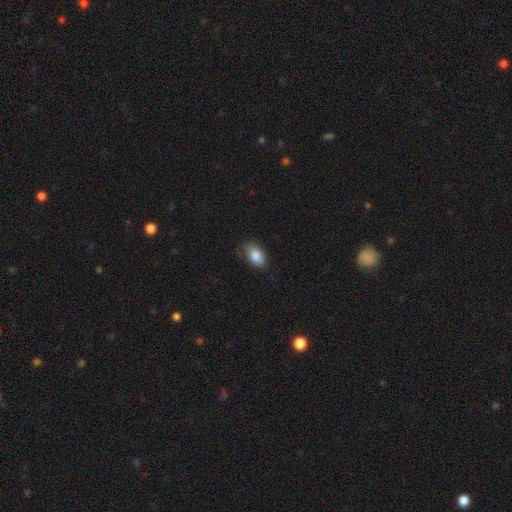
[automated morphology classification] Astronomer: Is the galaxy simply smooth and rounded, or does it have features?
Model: smooth — 85%.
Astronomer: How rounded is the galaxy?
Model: in between — 86%.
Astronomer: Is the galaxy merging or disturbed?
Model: none — 73%.